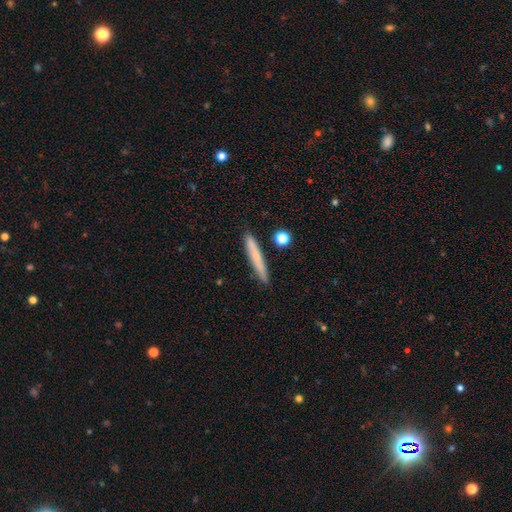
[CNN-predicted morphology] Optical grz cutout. It shows a smooth galaxy with no disk features (62%) that is cigar-shaped (94%). Merging: none (87%).